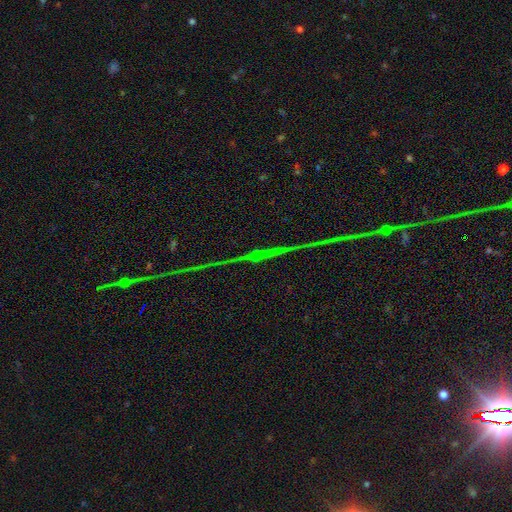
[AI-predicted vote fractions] This appears to be a star or artifact, not a galaxy (60%).